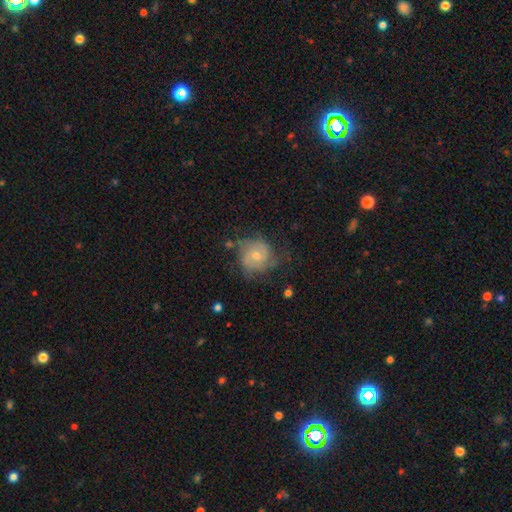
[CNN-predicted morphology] type=featured or disk (64%); edge-on=no (97%); bar=no (65%); spiral arms=yes (83%); winding=tight (49%); arm count=2 (41%); bulge=moderate (53%); merging=none (59%).